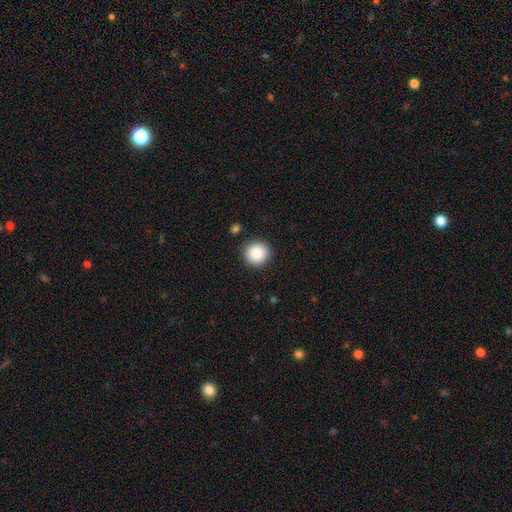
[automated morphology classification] type=smooth (86%); roundness=round (94%); merging=none (91%).